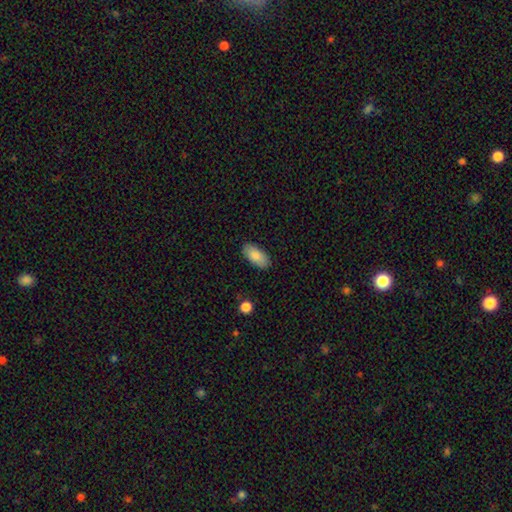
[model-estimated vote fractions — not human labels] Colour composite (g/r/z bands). It shows a smooth galaxy with no disk features (86%) that is in between round and cigar-shaped (92%). Merging: none (87%).